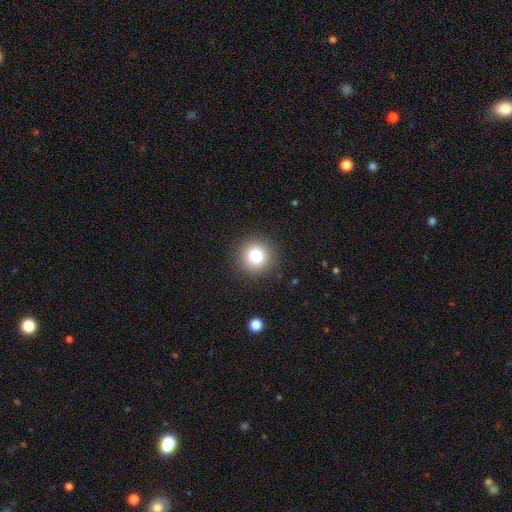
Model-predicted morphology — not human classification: smooth-or-featured: smooth: 80% | star or artifact: 12% | featured or disk: 8%
  how-rounded: round: 94% | in between: 5% | cigar-shaped: 1%
  merging: none: 90% | minor disturbance: 6% | major disturbance: 2% | merger: 1%